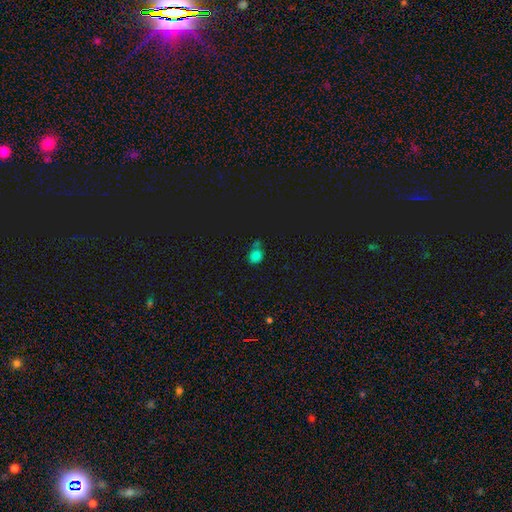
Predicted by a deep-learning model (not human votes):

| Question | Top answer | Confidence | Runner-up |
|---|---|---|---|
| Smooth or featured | smooth | 69% | star or artifact (25%) |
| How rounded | round | 53% | in between (45%) |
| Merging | none | 51% | minor disturbance (22%) |